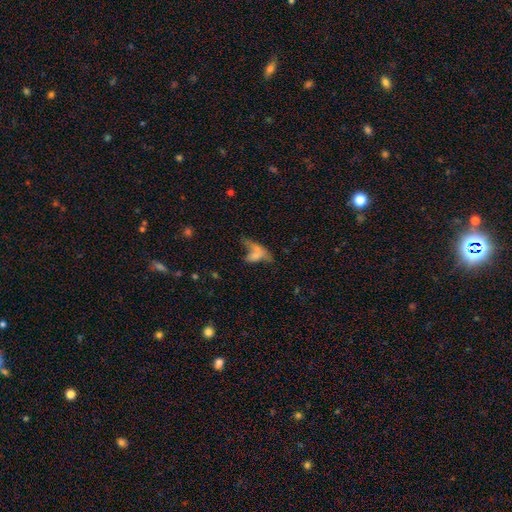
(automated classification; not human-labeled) The model was most divided on "merging": merger: 35%, none: 26%, major disturbance: 25%, minor disturbance: 14%. More confident: how rounded — in between (61%); smooth or featured — smooth (50%).